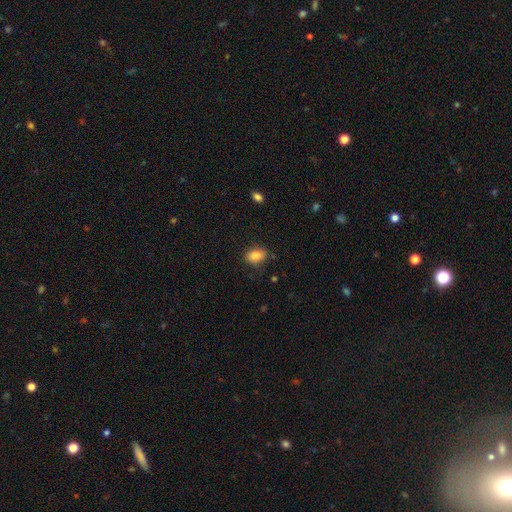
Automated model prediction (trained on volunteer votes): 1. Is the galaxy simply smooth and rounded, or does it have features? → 84% smooth, 9% star or artifact, 8% featured or disk.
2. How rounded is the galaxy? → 79% in between, 20% round, 1% cigar-shaped.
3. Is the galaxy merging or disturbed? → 83% none, 13% minor disturbance, 3% major disturbance, 1% merger.